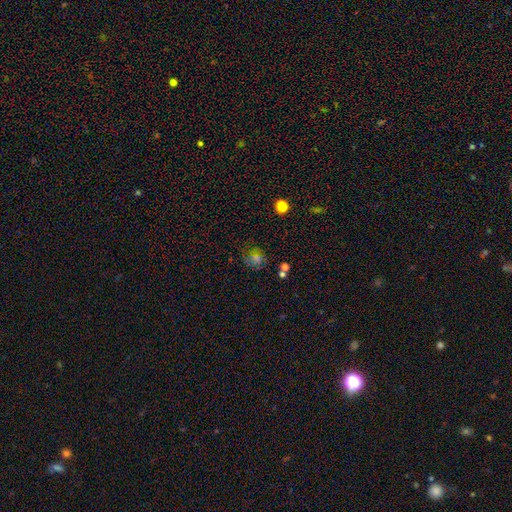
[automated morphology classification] Q: Smooth or featured?
A: smooth (45%); runner-up: star or artifact (29%)
Q: Merging?
A: none (74%); runner-up: minor disturbance (15%)